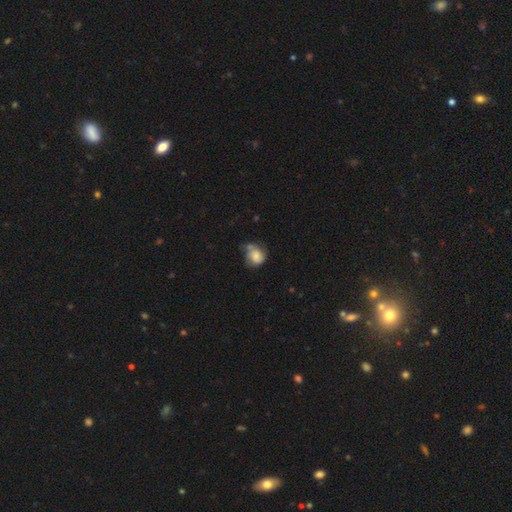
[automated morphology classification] smooth-or-featured: smooth: 69% | featured or disk: 22% | star or artifact: 9%
  how-rounded: round: 65% | in between: 34% | cigar-shaped: 1%
  merging: none: 34% | minor disturbance: 33% | major disturbance: 22% | merger: 11%